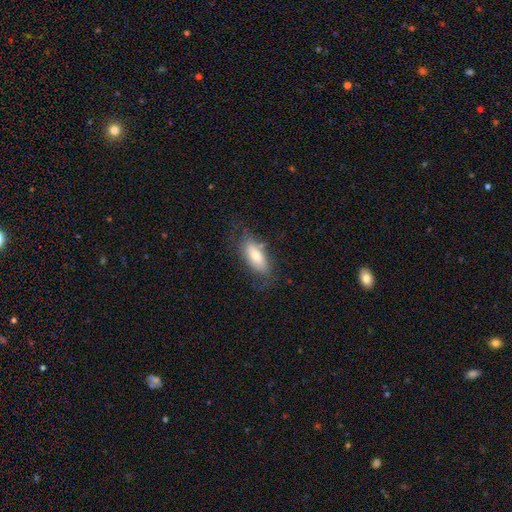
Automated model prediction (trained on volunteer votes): Smooth or featured? Predicted: smooth (p=0.67). How rounded? Predicted: in between (p=0.76). Merging? Predicted: none (p=0.65).